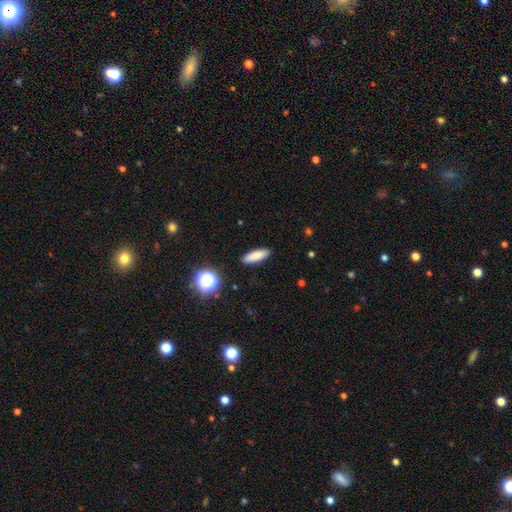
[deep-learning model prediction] A smooth galaxy with no disk features (83%) that is in between round and cigar-shaped (54%). Merging: none (90%).